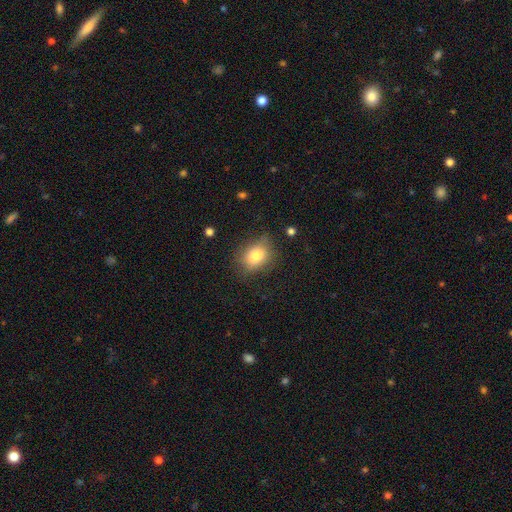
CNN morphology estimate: Overall: smooth (80%). How rounded: in between (58%; round 40%). Merging: none (70%).